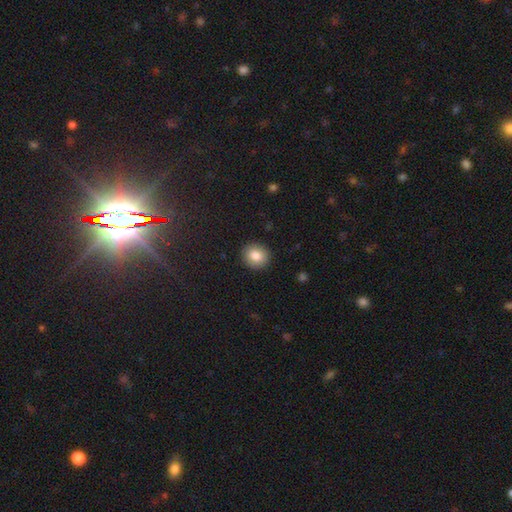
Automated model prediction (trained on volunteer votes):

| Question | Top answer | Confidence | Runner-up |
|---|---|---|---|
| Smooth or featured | smooth | 84% | star or artifact (9%) |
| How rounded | round | 81% | in between (18%) |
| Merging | none | 91% | minor disturbance (6%) |